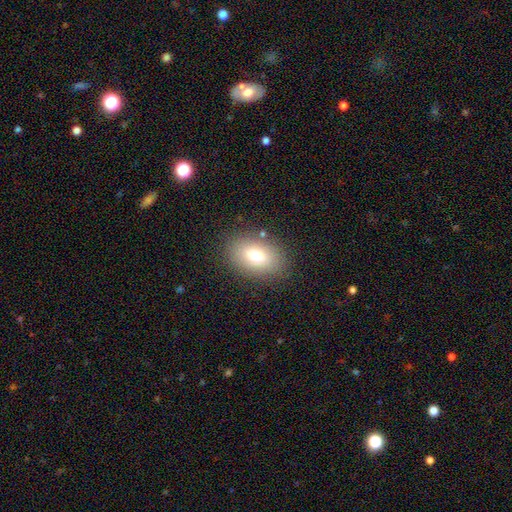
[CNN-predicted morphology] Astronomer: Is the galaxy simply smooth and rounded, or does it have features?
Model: smooth — 73%.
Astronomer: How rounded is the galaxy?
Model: in between — 77%.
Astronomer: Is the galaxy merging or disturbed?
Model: none — 84%.